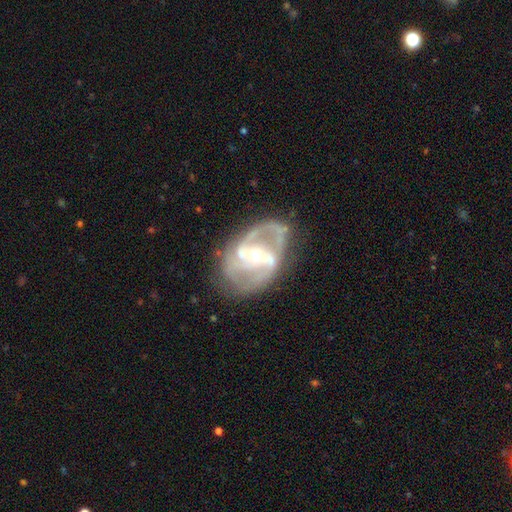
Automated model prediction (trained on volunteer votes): Q: Smooth or featured?
A: featured or disk (88%); runner-up: smooth (6%)
Q: Edge-on disk?
A: no (97%); runner-up: yes (3%)
Q: Bar?
A: strong (41%); runner-up: weak (37%)
Q: Spiral arms?
A: yes (94%); runner-up: no (6%)
Q: Spiral winding?
A: medium (53%); runner-up: tight (24%)
Q: Spiral arm count?
A: 2 (69%); runner-up: 3 (13%)
Q: Bulge size?
A: small (54%); runner-up: moderate (42%)
Q: Merging?
A: none (65%); runner-up: minor disturbance (19%)